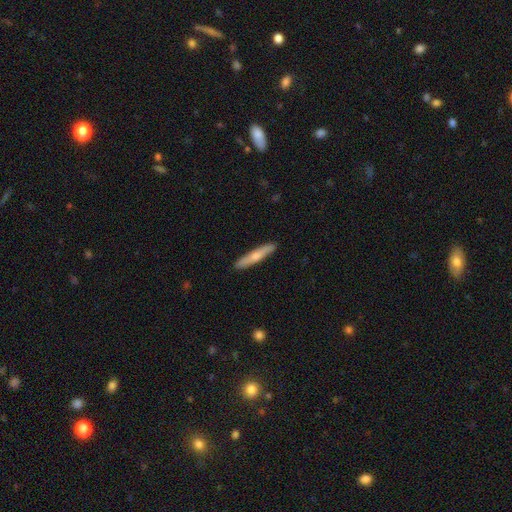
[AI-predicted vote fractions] Overall: smooth (60%; featured or disk 35%). How rounded: cigar-shaped (92%). Merging: none (91%).